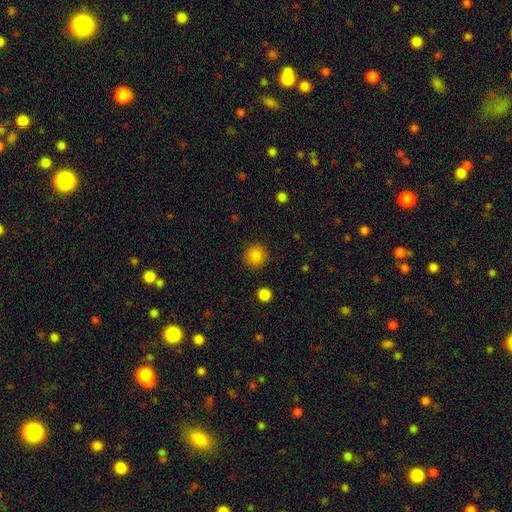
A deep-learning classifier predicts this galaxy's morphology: A smooth galaxy with no disk features (85%) that is round (92%). Merging: none (90%).